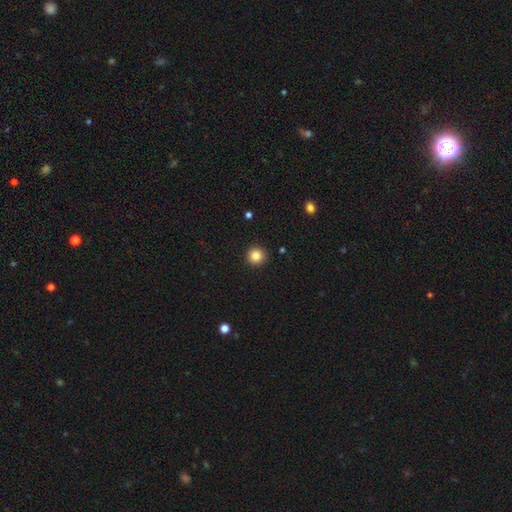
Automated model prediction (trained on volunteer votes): The model was most divided on "smooth or featured": smooth: 85%, star or artifact: 11%, featured or disk: 4%. More confident: how rounded — round (95%); merging — none (93%).